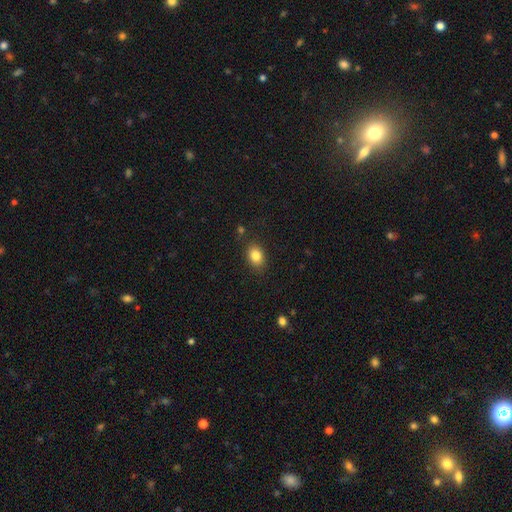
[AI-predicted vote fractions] A smooth galaxy with no disk features (84%) that is in between round and cigar-shaped (69%).

Vote fractions:
- Smooth or featured? smooth: 84% / star or artifact: 10% / featured or disk: 7%
- How rounded? in between: 69% / round: 30% / cigar-shaped: 1%
- Merging? none: 84% / minor disturbance: 11% / major disturbance: 3% / merger: 2%